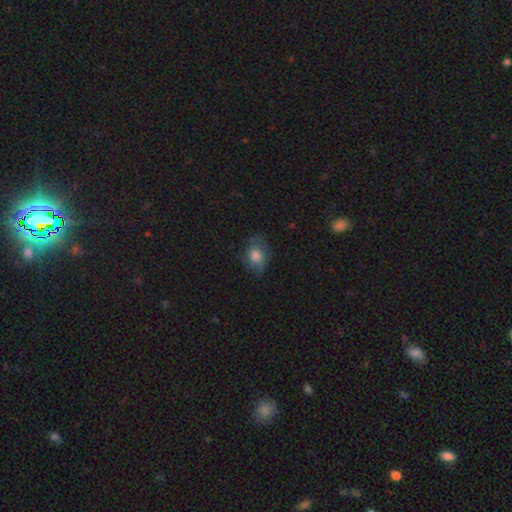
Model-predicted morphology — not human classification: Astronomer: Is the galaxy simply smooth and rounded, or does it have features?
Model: smooth — 67%.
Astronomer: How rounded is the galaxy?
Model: in between — 53% (runner-up: round, 46%).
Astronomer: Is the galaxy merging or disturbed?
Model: none — 61%.